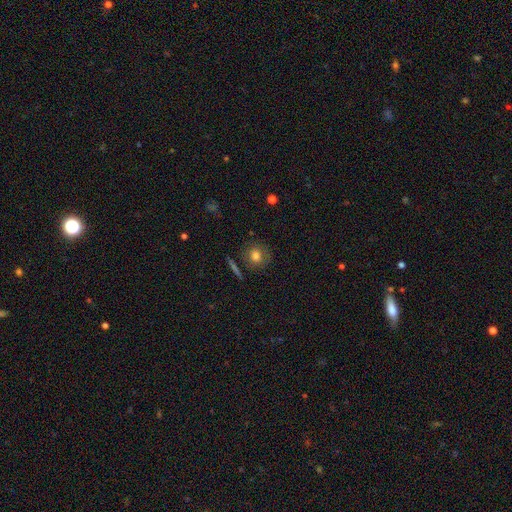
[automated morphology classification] smooth 77%, featured or disk 12%, star or artifact 11%. Down the decision tree: how rounded — round (85%); merging — none (83%).